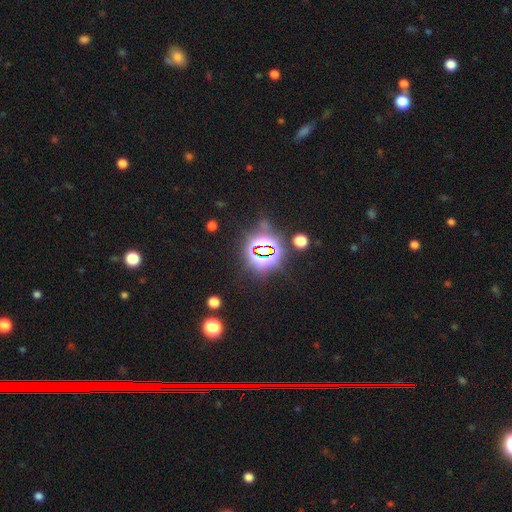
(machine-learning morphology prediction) Smooth or featured?
  - star or artifact: 83% *
  - smooth: 10%
  - featured or disk: 7%